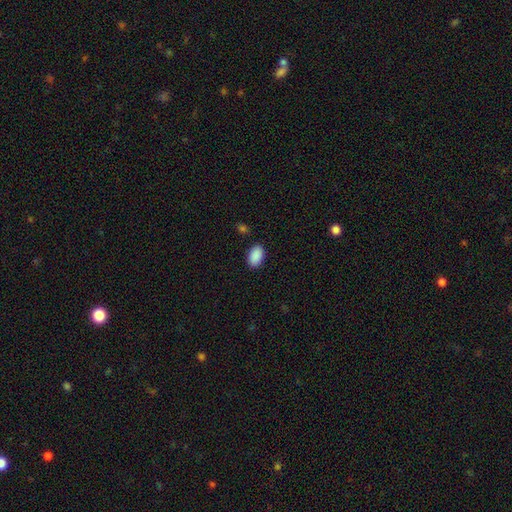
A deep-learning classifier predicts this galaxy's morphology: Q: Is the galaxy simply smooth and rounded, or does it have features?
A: smooth — 90%.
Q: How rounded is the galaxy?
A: in between — 92%.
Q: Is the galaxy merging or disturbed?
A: none — 87%.